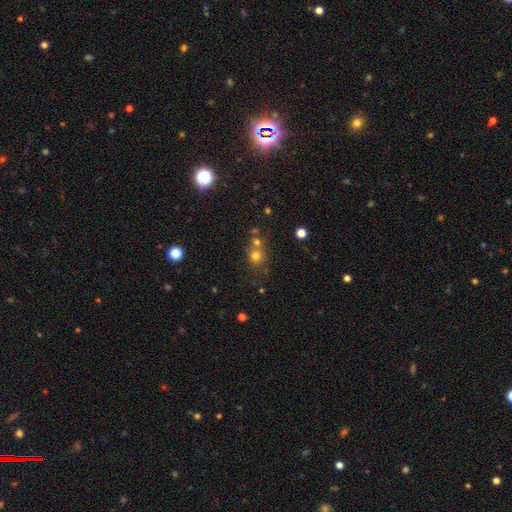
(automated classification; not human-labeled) Smooth or featured?
  - smooth: 71% *
  - star or artifact: 20%
  - featured or disk: 9%
How rounded?
  - round: 86% *
  - in between: 13%
  - cigar-shaped: 1%
Merging?
  - none: 58% *
  - merger: 29%
  - minor disturbance: 9%
  - major disturbance: 4%